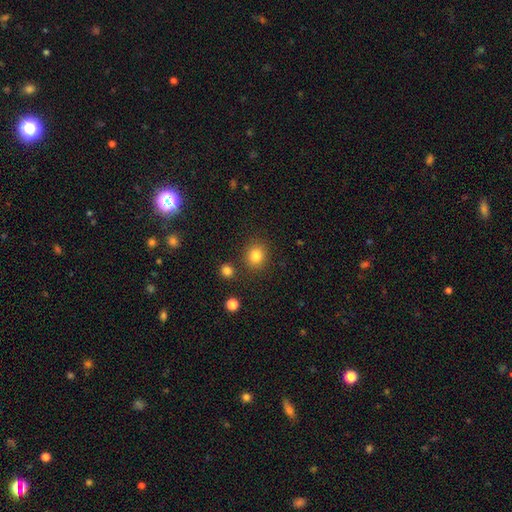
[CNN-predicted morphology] This appears to be a smooth galaxy with no disk features (83%) that is round (80%). Merging: none (85%).